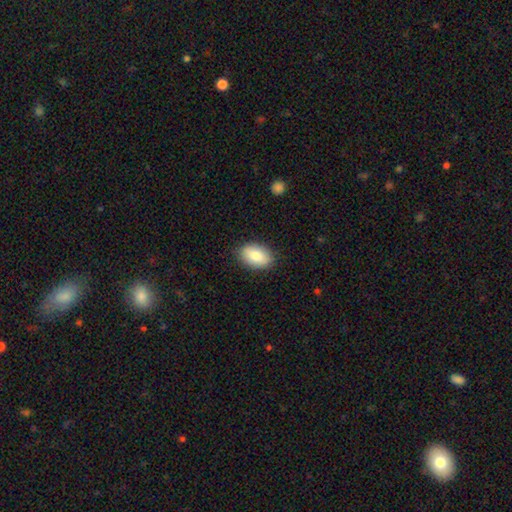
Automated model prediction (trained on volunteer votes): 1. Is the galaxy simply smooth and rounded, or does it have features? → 83% smooth, 10% featured or disk, 6% star or artifact.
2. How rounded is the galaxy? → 90% in between, 9% round, 1% cigar-shaped.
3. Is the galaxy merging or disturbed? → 87% none, 10% minor disturbance, 2% major disturbance, 1% merger.